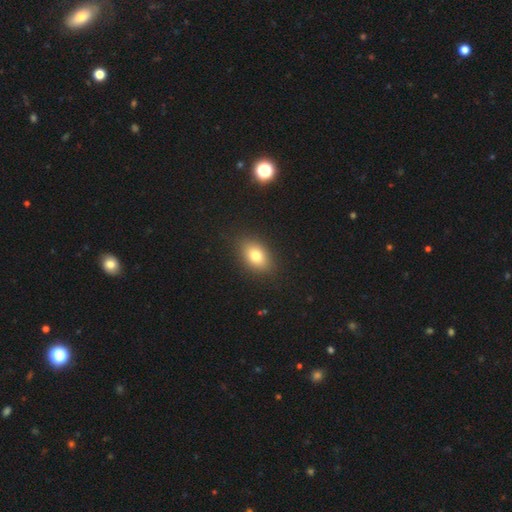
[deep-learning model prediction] Smooth or featured? Predicted: smooth (p=0.78). How rounded? Predicted: in between (p=0.81). Merging? Predicted: none (p=0.87).